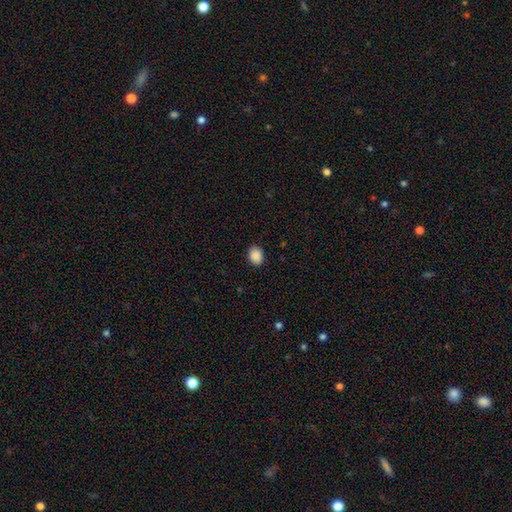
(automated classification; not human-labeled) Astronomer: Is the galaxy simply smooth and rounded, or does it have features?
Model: smooth — 90%.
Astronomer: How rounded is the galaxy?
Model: in between — 61% (runner-up: round, 38%).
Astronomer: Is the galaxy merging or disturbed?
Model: none — 88%.